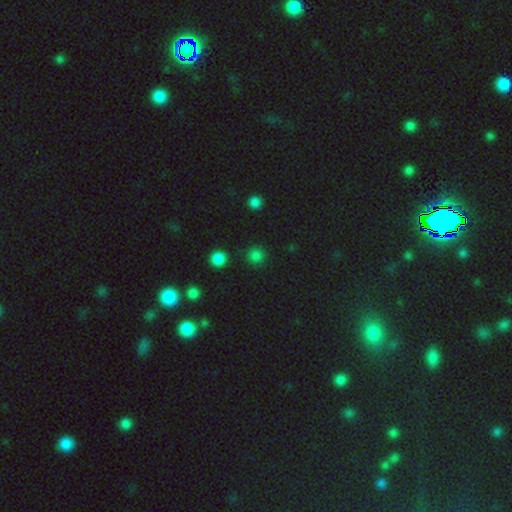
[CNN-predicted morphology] Smooth or featured? Predicted: smooth (p=0.78). How rounded? Predicted: round (p=0.94). Merging? Predicted: none (p=0.88).